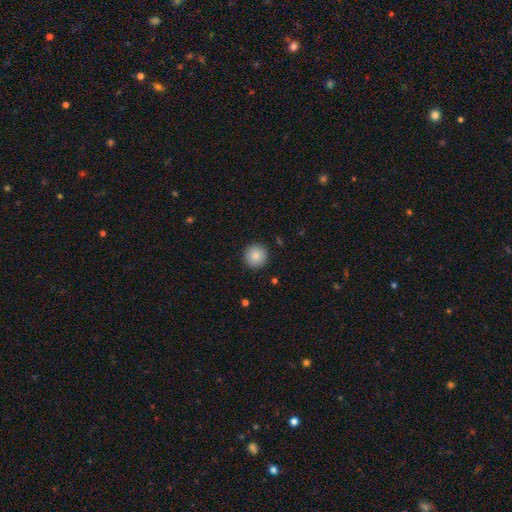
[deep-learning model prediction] A smooth galaxy with no disk features (86%) that is round (96%). Merging: none (92%).